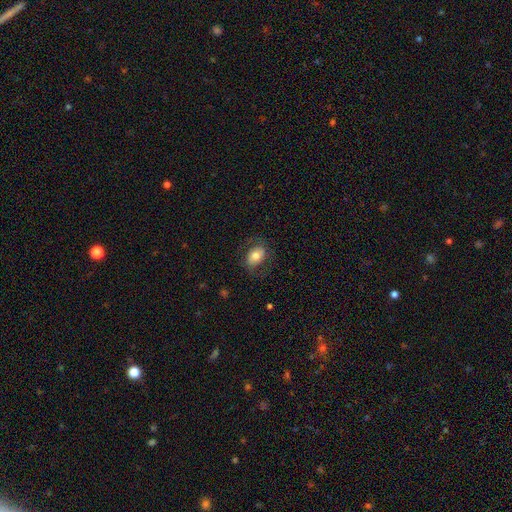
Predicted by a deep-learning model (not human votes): This appears to be a smooth galaxy with no disk features (63%) that is in between round and cigar-shaped (74%). Merging: none (71%).